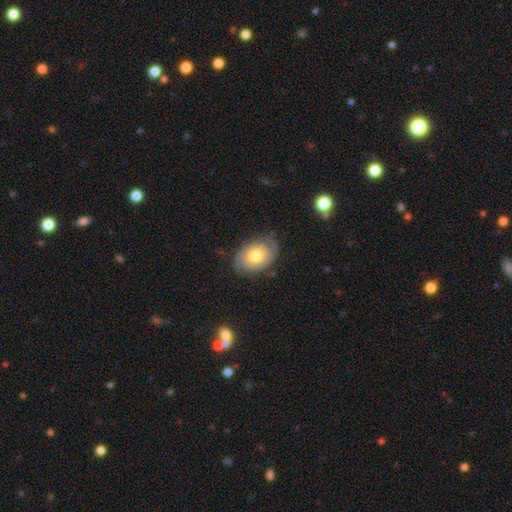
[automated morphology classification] The model was most divided on "smooth or featured": featured or disk: 57%, smooth: 36%, star or artifact: 7%. More confident: edge-on disk — no (95%); bar — no (80%); spiral arms — yes (79%); bulge size — moderate (75%); merging — none (73%).